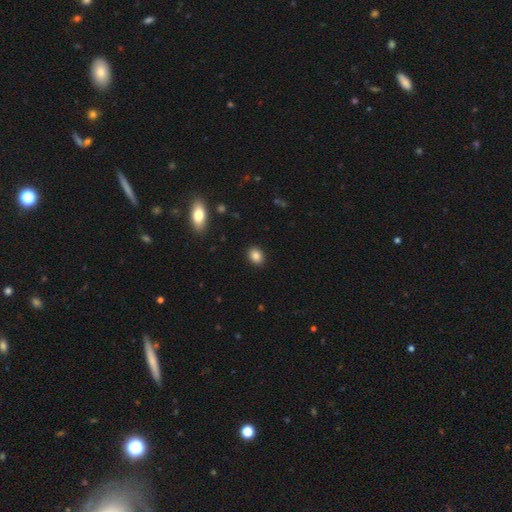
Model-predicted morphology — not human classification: Smooth or featured? smooth (86%)
How rounded? in between (54%)
Merging? none (90%)